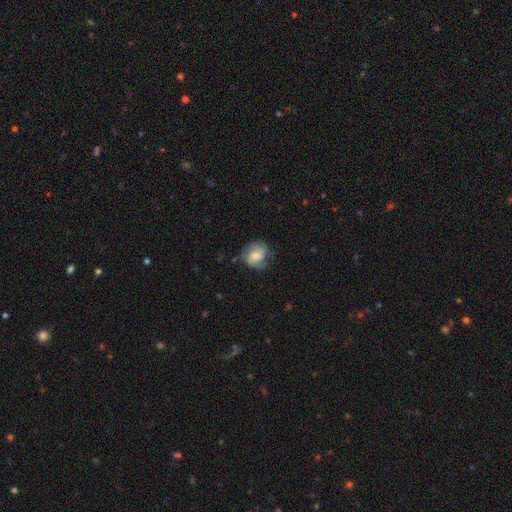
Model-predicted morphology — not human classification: Smooth or featured? Predicted: featured or disk (p=0.53). Edge-on disk? Predicted: no (p=0.97). Bar? Predicted: no (p=0.55). Spiral arms? Predicted: yes (p=0.85). Bulge size? Predicted: moderate (p=0.53). Merging? Predicted: none (p=0.65).